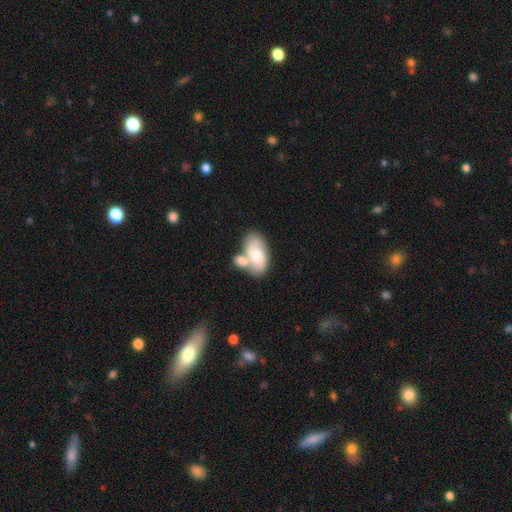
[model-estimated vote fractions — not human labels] Morphology: type=smooth (58%); roundness=in between (91%); merging=merger (53%).